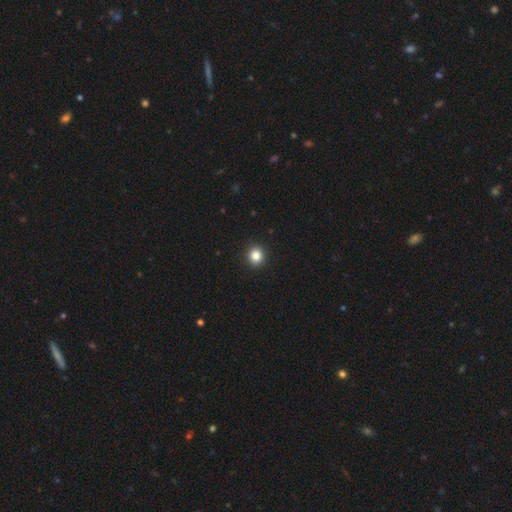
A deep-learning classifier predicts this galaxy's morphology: Smooth or featured? Predicted: smooth (p=0.84). How rounded? Predicted: round (p=0.88). Merging? Predicted: none (p=0.93).